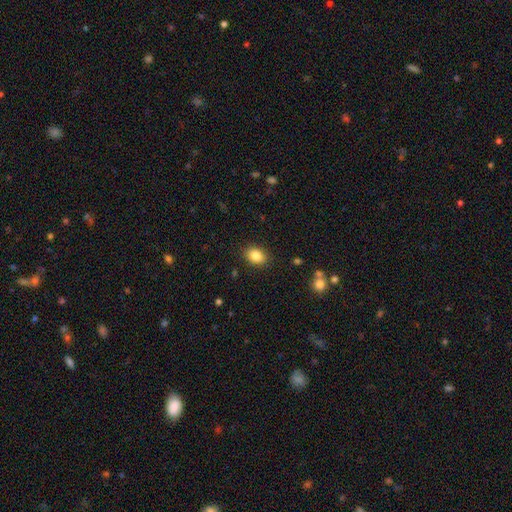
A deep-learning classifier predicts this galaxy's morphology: Smooth or featured? smooth (85%)
How rounded? in between (68%)
Merging? none (88%)